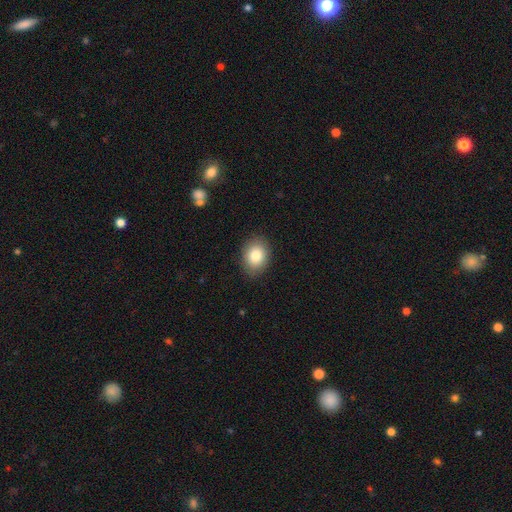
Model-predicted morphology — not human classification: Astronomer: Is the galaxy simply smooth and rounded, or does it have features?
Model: smooth — 82%.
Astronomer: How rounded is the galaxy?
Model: in between — 61% (runner-up: round, 38%).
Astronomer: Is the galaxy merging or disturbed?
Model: none — 88%.